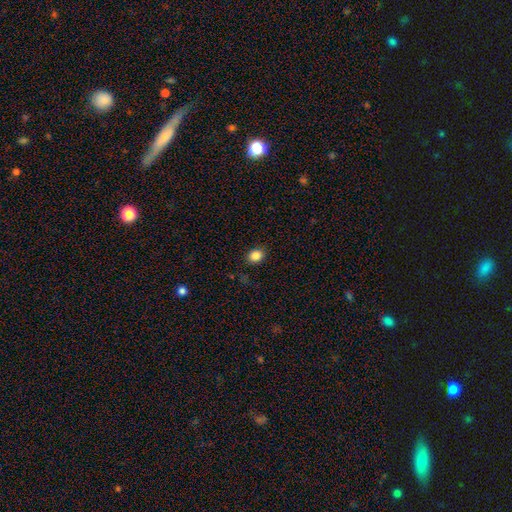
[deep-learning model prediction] Q: Smooth or featured?
A: smooth (85%); runner-up: star or artifact (11%)
Q: How rounded?
A: round (51%); runner-up: in between (48%)
Q: Merging?
A: none (89%); runner-up: minor disturbance (8%)